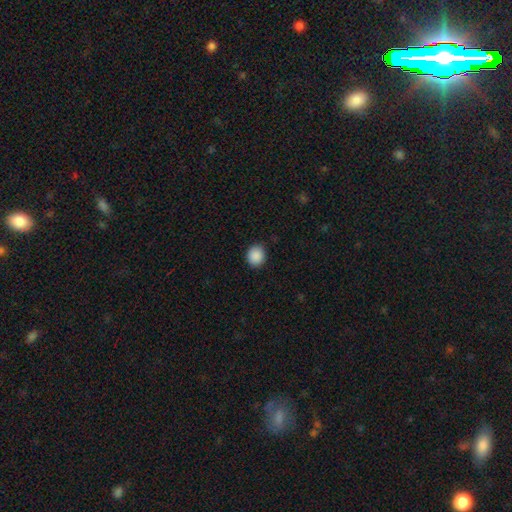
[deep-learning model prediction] A smooth galaxy with no disk features (89%) that is round (74%). Merging: none (88%).